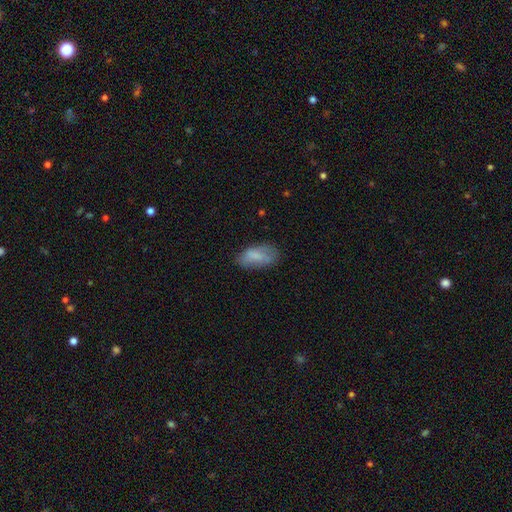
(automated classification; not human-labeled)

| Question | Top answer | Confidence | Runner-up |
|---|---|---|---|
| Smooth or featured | smooth | 76% | featured or disk (16%) |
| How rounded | in between | 92% | cigar-shaped (5%) |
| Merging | none | 66% | minor disturbance (24%) |